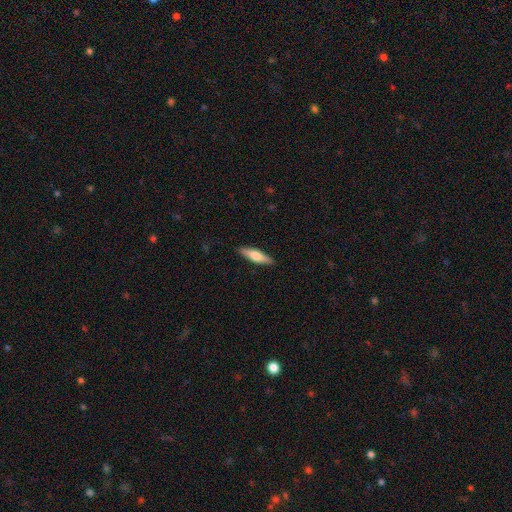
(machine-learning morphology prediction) smooth 56%, featured or disk 39%, star or artifact 5%. Down the decision tree: how rounded — cigar-shaped (70%); merging — none (90%).